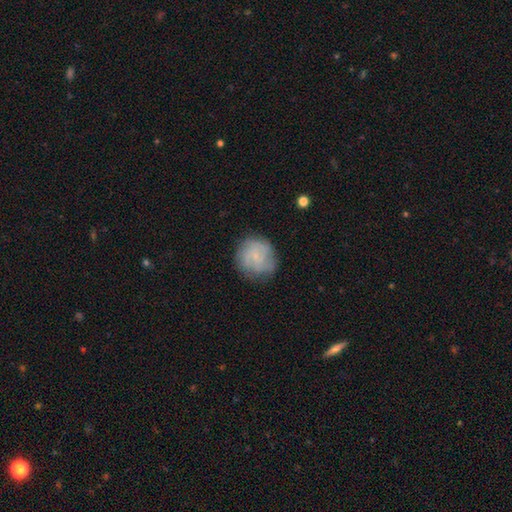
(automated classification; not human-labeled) This appears to be a featured or disk galaxy (49%). Merging: none (73%).